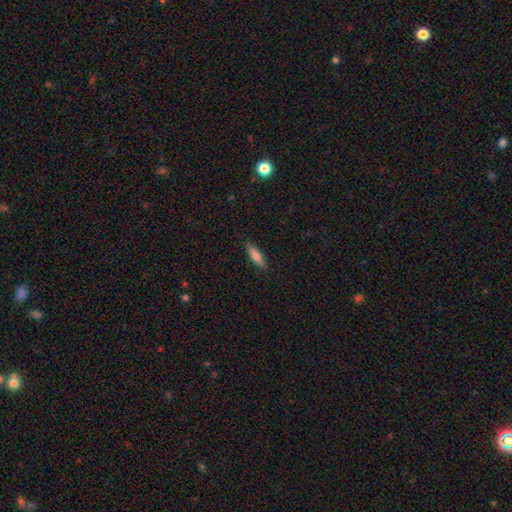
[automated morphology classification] Smooth or featured? Predicted: smooth (p=0.74). How rounded? Predicted: cigar-shaped (p=0.60). Merging? Predicted: none (p=0.86).